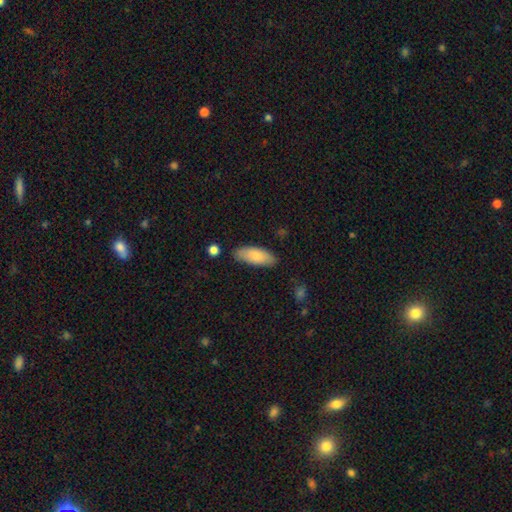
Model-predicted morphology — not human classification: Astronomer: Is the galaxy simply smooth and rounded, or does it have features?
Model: smooth — 83%.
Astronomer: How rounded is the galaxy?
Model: in between — 79%.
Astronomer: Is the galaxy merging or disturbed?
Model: none — 81%.